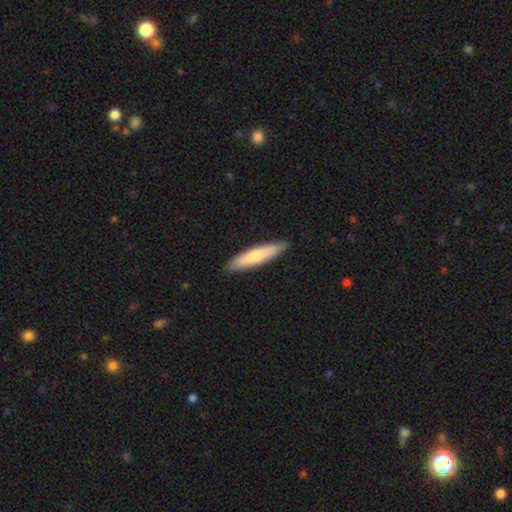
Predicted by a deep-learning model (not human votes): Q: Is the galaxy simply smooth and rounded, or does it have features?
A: smooth — 70%.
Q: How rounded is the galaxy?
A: cigar-shaped — 81%.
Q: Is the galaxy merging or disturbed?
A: none — 88%.